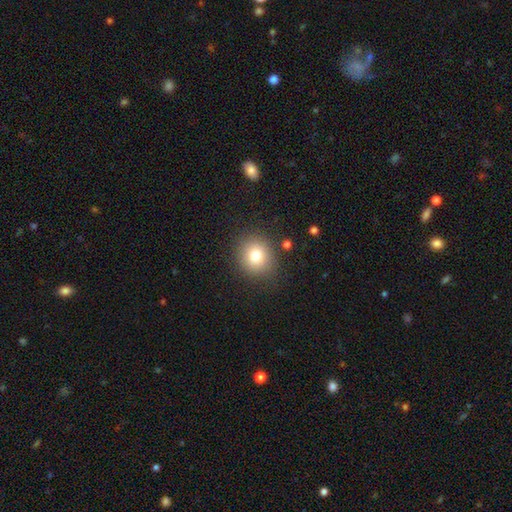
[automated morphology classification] type=smooth (77%); roundness=round (85%); merging=none (86%).